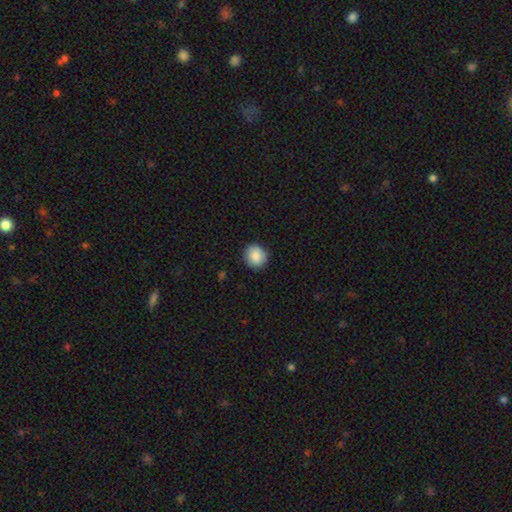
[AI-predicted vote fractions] A smooth galaxy with no disk features (88%) that is round (88%). Merging: none (88%).